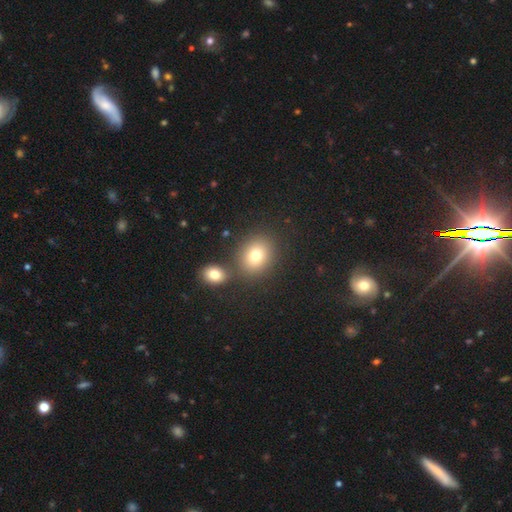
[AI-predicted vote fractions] Morphology: type=smooth (77%); roundness=round (63%); merging=none (72%).